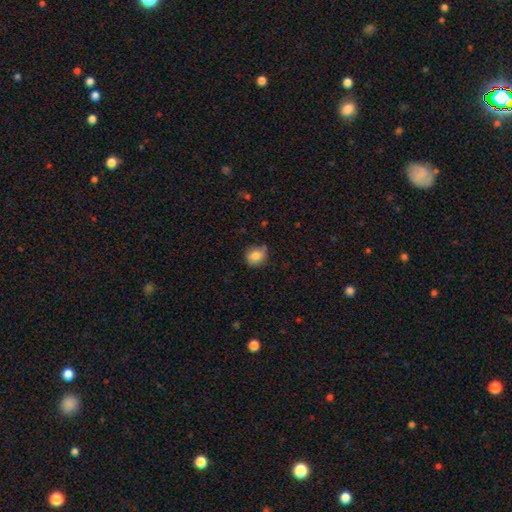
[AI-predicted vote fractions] smooth 82%, star or artifact 9%, featured or disk 8%. Down the decision tree: how rounded — round (78%); merging — none (67%).